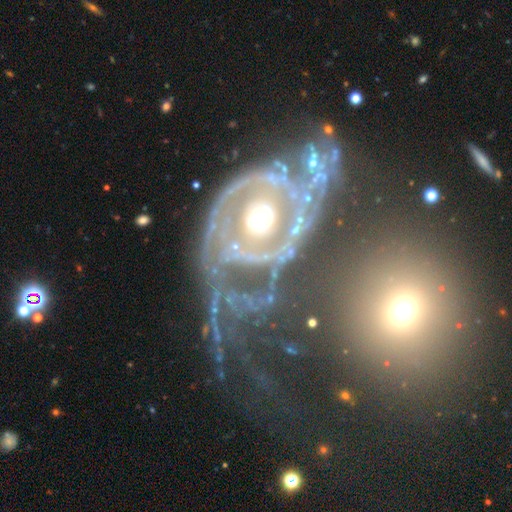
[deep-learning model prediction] featured or disk 85%, star or artifact 8%, smooth 7%. Down the decision tree: edge-on disk — no (96%); bar — no (71%); spiral arms — yes (82%); spiral arm count — 2 (42%); spiral winding — tight (43%); bulge size — moderate (69%); merging — none (35%, tied with major disturbance).